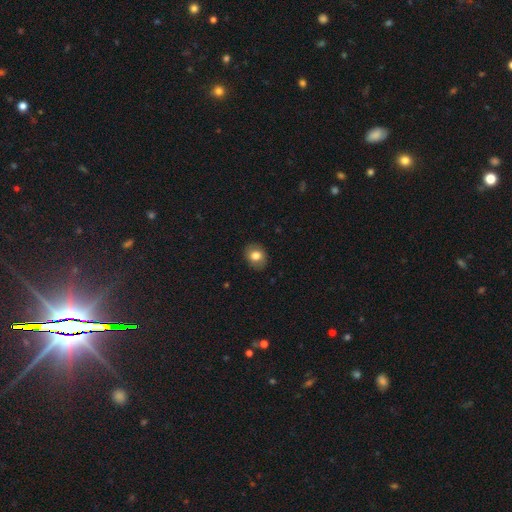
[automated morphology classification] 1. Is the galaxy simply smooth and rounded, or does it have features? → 80% smooth, 11% featured or disk, 9% star or artifact.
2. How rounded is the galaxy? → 54% round, 45% in between, 1% cigar-shaped.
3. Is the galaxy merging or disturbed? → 86% none, 11% minor disturbance, 2% major disturbance, 1% merger.